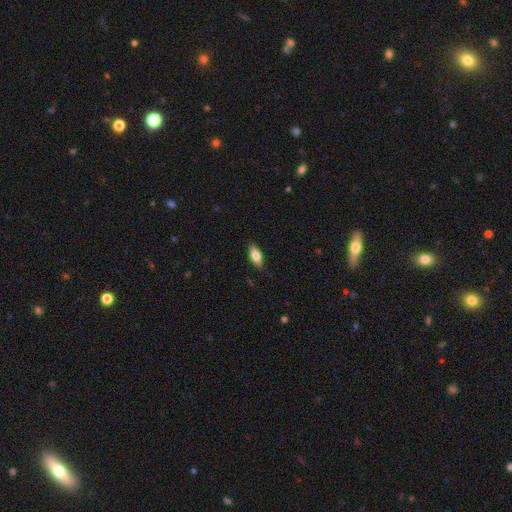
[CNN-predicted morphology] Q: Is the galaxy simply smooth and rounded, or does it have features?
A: smooth — 76%.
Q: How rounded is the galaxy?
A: in between — 80%.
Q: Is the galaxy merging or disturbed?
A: none — 86%.